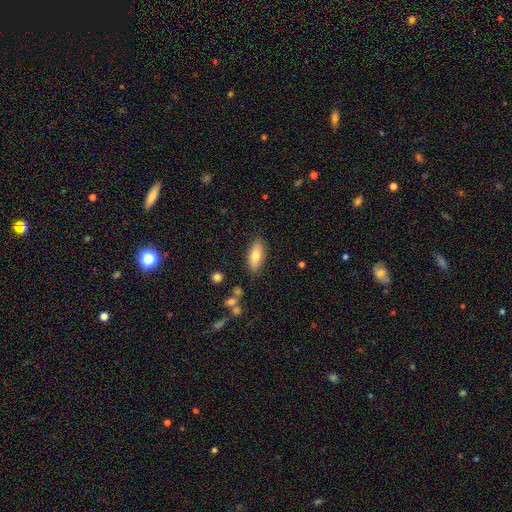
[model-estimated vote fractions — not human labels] Morphology: type=smooth (77%); roundness=in between (83%); merging=none (85%).